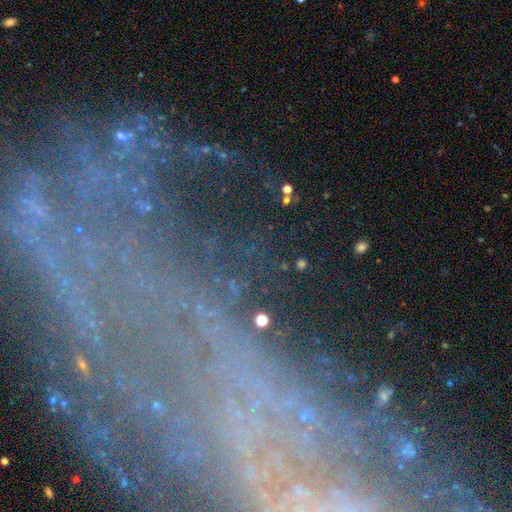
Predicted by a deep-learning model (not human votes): Smooth or featured? star or artifact (49%)